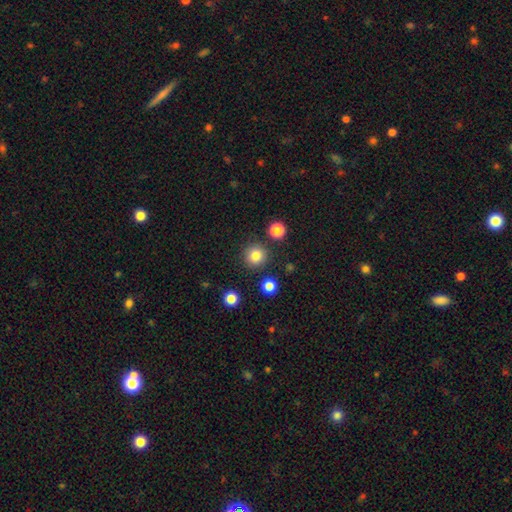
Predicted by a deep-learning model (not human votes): Morphology: type=smooth (83%); roundness=round (95%); merging=none (89%).